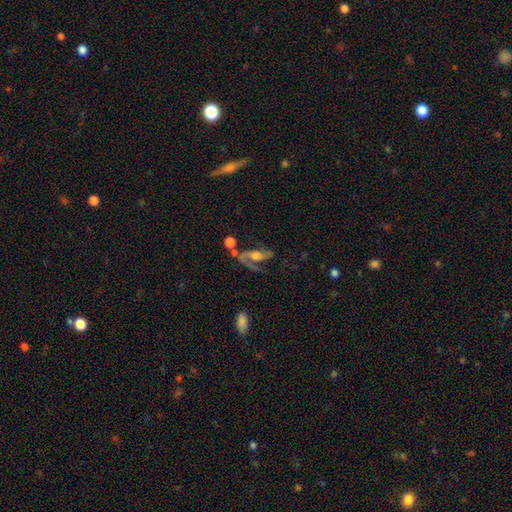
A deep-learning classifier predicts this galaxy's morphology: smooth_or_featured: featured or disk (p=0.81) [alt: smooth p=0.11]
disk_edge_on: no (p=0.93) [alt: yes p=0.07]
bar: no (p=0.53) [alt: weak p=0.32]
has_spiral_arms: yes (p=0.94) [alt: no p=0.06]
spiral_winding: medium (p=0.43) [alt: loose p=0.40]
spiral_arm_count: 2 (p=0.66) [alt: 1 p=0.28]
bulge_size: moderate (p=0.53) [alt: small p=0.24]
merging: none (p=0.42) [alt: major disturbance p=0.28]